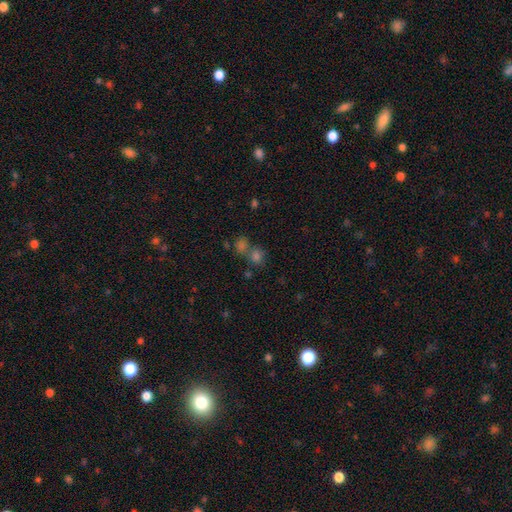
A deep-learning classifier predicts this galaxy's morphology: Q: Smooth or featured?
A: smooth (62%); runner-up: star or artifact (29%)
Q: How rounded?
A: round (78%); runner-up: in between (21%)
Q: Merging?
A: none (52%); runner-up: merger (37%)